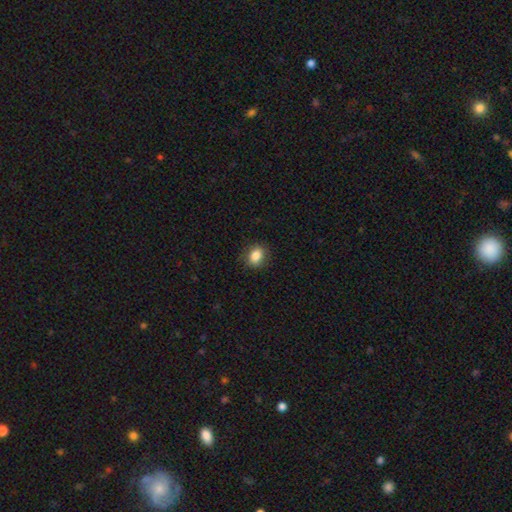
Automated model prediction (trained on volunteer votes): Smooth or featured: smooth — 85% (star or artifact — 9%)
How rounded: in between — 59% (round — 40%)
Merging: none — 85% (minor disturbance — 11%)